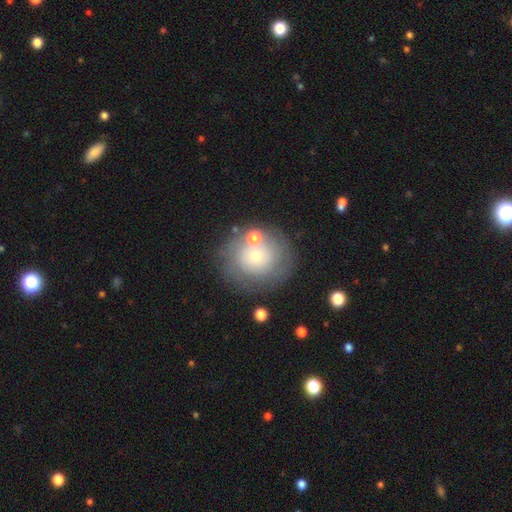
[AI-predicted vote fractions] Smooth or featured?
  - smooth: 51% *
  - featured or disk: 38%
  - star or artifact: 11%
How rounded?
  - round: 87% *
  - in between: 12%
  - cigar-shaped: 1%
Merging?
  - none: 72% *
  - minor disturbance: 14%
  - merger: 7%
  - major disturbance: 6%